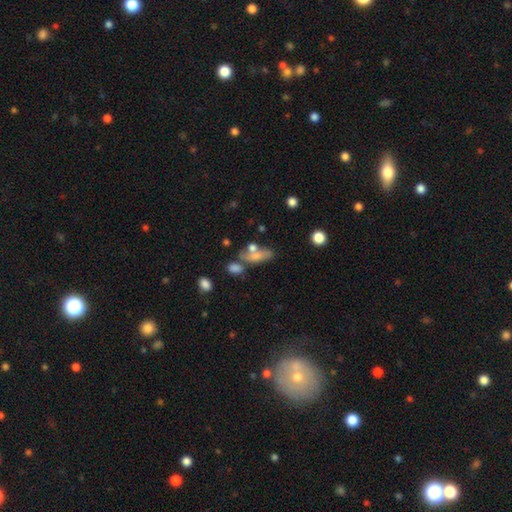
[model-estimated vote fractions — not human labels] Smooth or featured?
  - star or artifact: 36% *
  - smooth: 33%
  - featured or disk: 32%